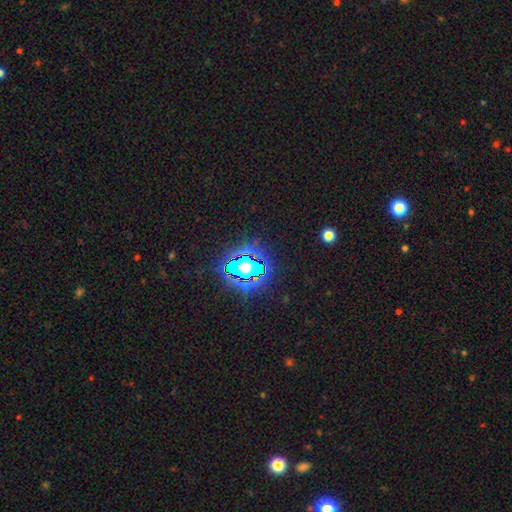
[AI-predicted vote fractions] This appears to be a star or artifact, not a galaxy (83%).